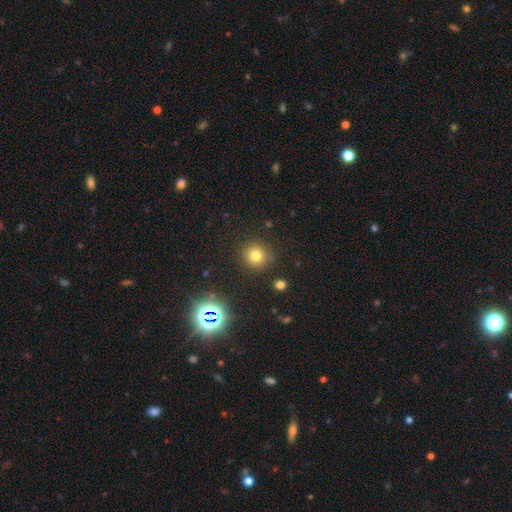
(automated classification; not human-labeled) A smooth galaxy with no disk features (74%) that is round (92%).

Vote fractions:
- Smooth or featured? smooth: 74% / star or artifact: 18% / featured or disk: 8%
- How rounded? round: 92% / in between: 7% / cigar-shaped: 1%
- Merging? none: 87% / minor disturbance: 8% / major disturbance: 3% / merger: 3%